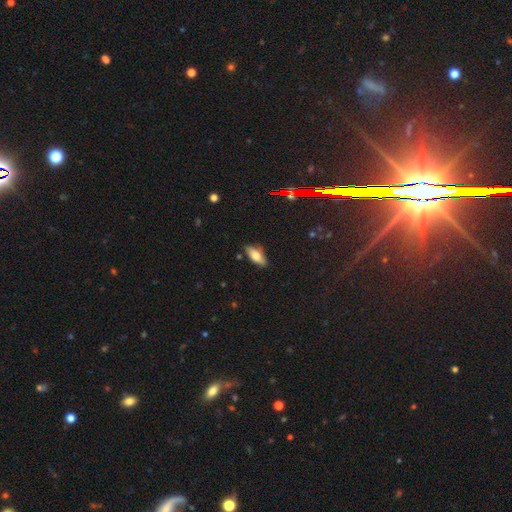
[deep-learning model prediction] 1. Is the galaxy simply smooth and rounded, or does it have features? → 68% smooth, 22% featured or disk, 10% star or artifact.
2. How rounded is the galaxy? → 80% in between, 17% cigar-shaped, 3% round.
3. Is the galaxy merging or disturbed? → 77% none, 18% minor disturbance, 3% major disturbance, 2% merger.